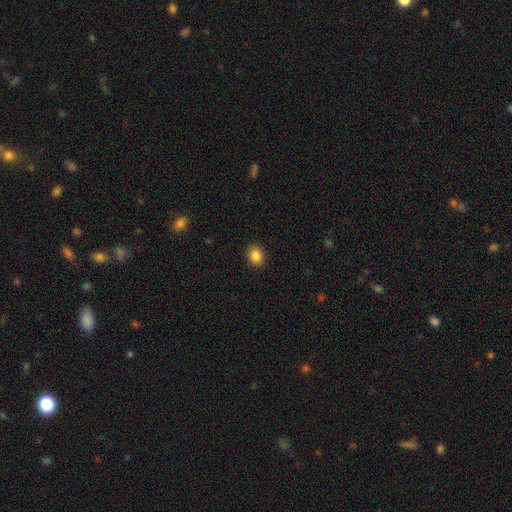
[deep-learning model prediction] Smooth or featured? Predicted: smooth (p=0.86). How rounded? Predicted: in between (p=0.51). Merging? Predicted: none (p=0.90).